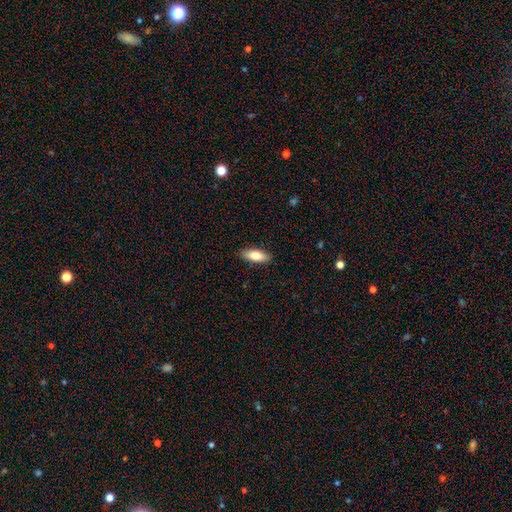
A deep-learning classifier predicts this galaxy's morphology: A smooth galaxy with no disk features (79%) that is in between round and cigar-shaped (75%).

Vote fractions:
- Smooth or featured? smooth: 79% / featured or disk: 15% / star or artifact: 6%
- How rounded? in between: 75% / cigar-shaped: 23% / round: 2%
- Merging? none: 89% / minor disturbance: 8% / major disturbance: 2% / merger: 1%